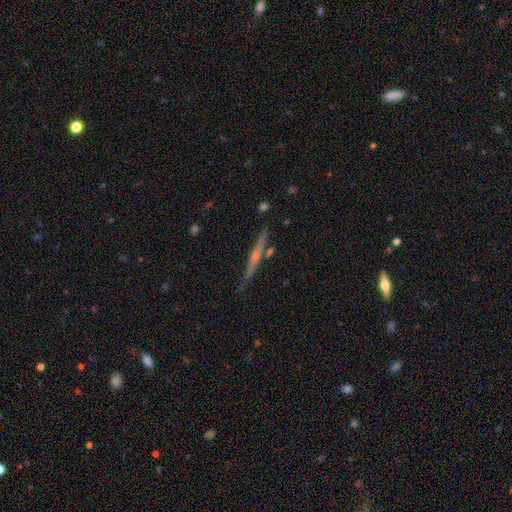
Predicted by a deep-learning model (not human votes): Smooth or featured? Predicted: featured or disk (p=0.66). Edge-on disk? Predicted: yes (p=0.97). Edge-on bulge? Predicted: rounded (p=0.47). Merging? Predicted: none (p=0.82).